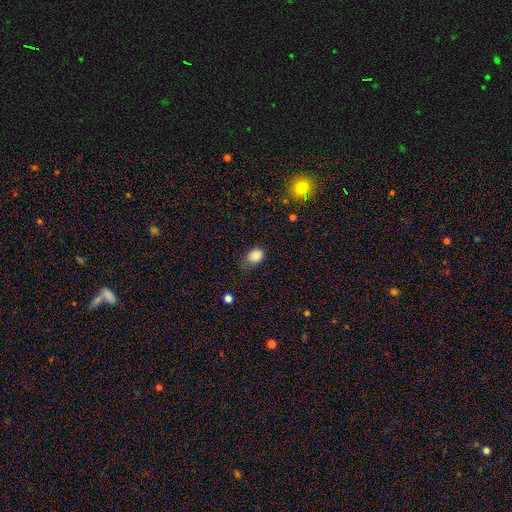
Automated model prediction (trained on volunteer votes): Smooth or featured?
  - smooth: 84% *
  - star or artifact: 10%
  - featured or disk: 6%
How rounded?
  - in between: 58% *
  - round: 41%
  - cigar-shaped: 1%
Merging?
  - none: 52% *
  - minor disturbance: 35%
  - major disturbance: 10%
  - merger: 2%